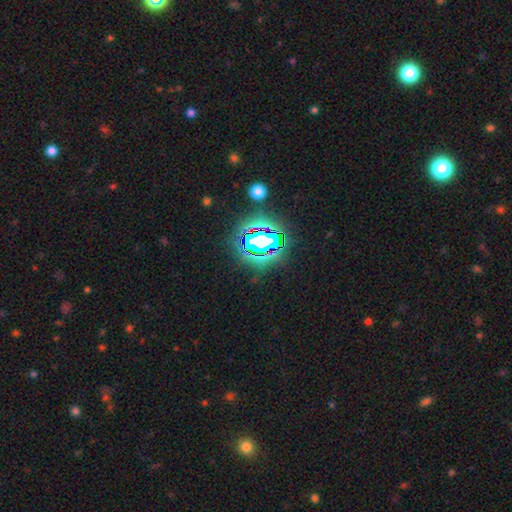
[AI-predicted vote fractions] Smooth or featured: star or artifact — 82% (smooth — 11%)